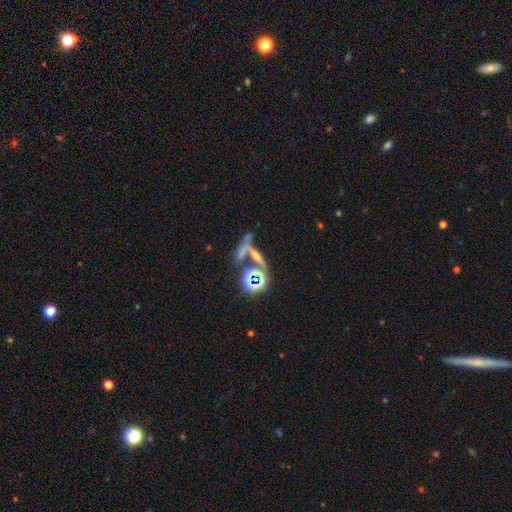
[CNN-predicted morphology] smooth-or-featured: star or artifact: 35% | smooth: 34% | featured or disk: 31%